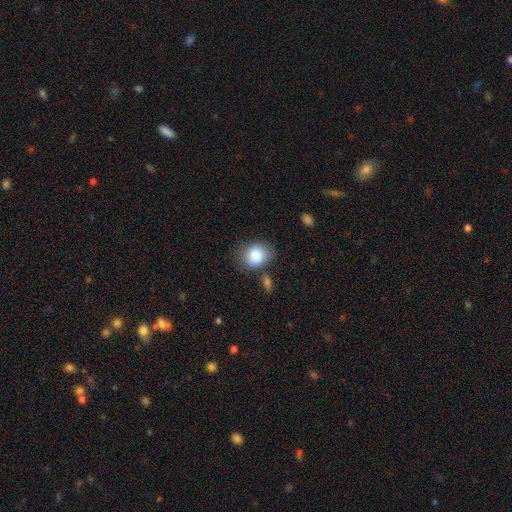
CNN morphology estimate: Smooth or featured?
  - smooth: 83% *
  - featured or disk: 8%
  - star or artifact: 8%
How rounded?
  - round: 55% *
  - in between: 45%
  - cigar-shaped: 1%
Merging?
  - none: 68% *
  - minor disturbance: 18%
  - merger: 8%
  - major disturbance: 6%